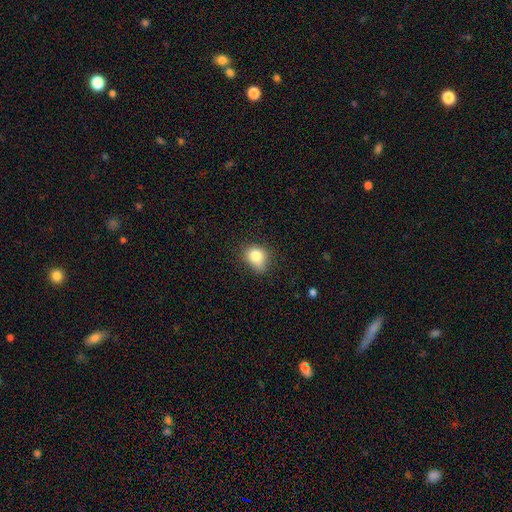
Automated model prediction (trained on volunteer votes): Smooth or featured? Predicted: smooth (p=0.81). How rounded? Predicted: round (p=0.54). Merging? Predicted: none (p=0.57).